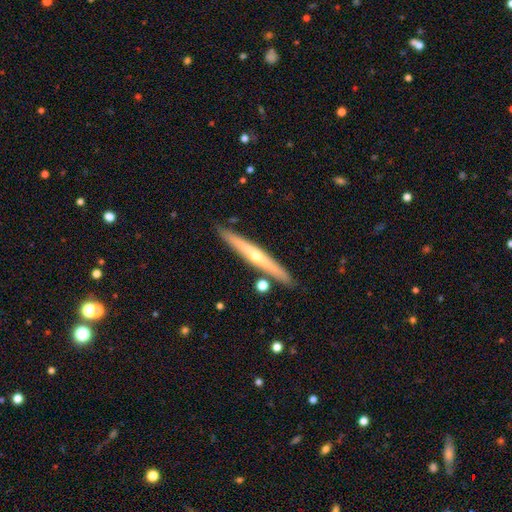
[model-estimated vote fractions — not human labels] A featured or disk galaxy (69%) viewed edge-on (96%) with a rounded central bulge (75%). Merging: none (88%).